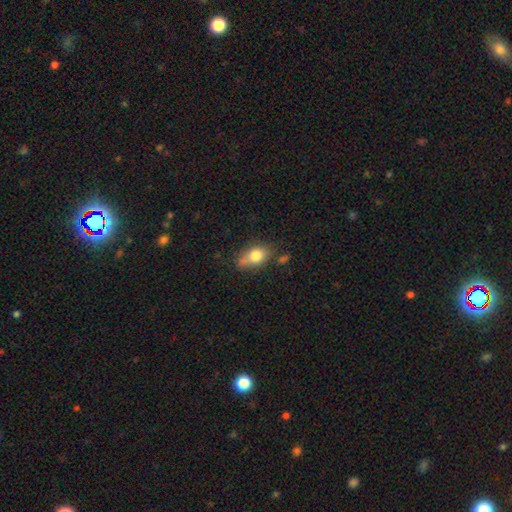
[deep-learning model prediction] A smooth galaxy with no disk features (78%) that is in between round and cigar-shaped (79%).

Vote fractions:
- Smooth or featured? smooth: 78% / featured or disk: 14% / star or artifact: 8%
- How rounded? in between: 79% / round: 16% / cigar-shaped: 5%
- Merging? none: 54% / minor disturbance: 28% / merger: 10% / major disturbance: 8%